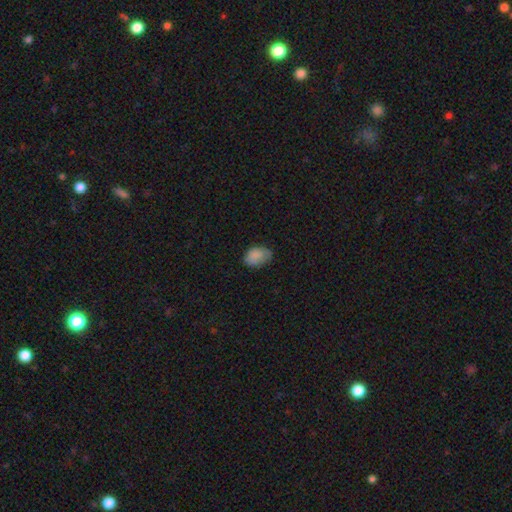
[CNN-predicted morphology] A smooth galaxy with no disk features (85%) that is in between round and cigar-shaped (81%).

Vote fractions:
- Smooth or featured? smooth: 85% / star or artifact: 8% / featured or disk: 7%
- How rounded? in between: 81% / round: 18% / cigar-shaped: 1%
- Merging? none: 61% / minor disturbance: 31% / major disturbance: 7% / merger: 1%